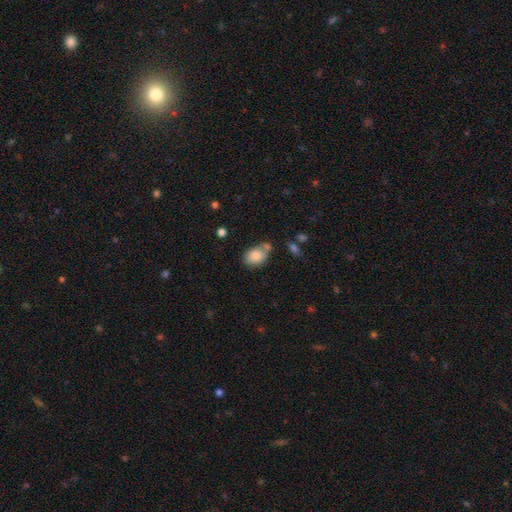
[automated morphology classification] smooth_or_featured: smooth (p=0.85) [alt: star or artifact p=0.08]
how_rounded: in between (p=0.78) [alt: round p=0.20]
merging: none (p=0.56) [alt: merger p=0.20]